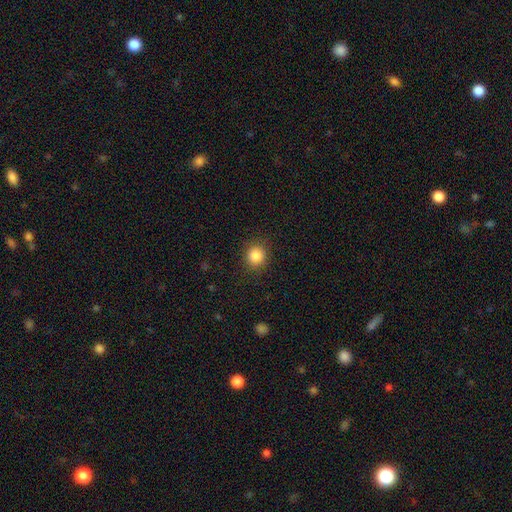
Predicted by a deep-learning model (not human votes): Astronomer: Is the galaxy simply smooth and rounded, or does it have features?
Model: smooth — 86%.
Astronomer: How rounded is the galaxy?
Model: round — 89%.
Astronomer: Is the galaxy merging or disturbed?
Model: none — 89%.